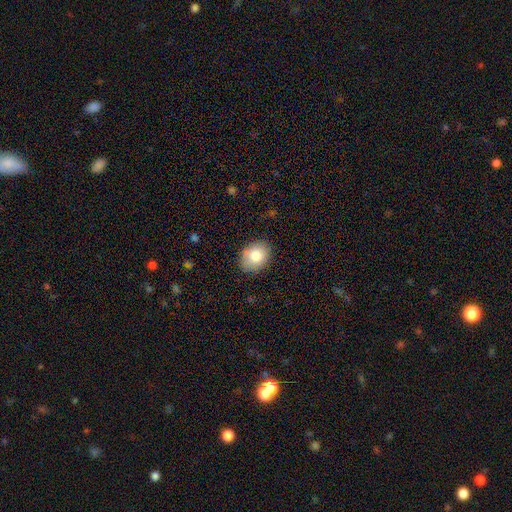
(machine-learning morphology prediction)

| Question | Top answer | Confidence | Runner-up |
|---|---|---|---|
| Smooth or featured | smooth | 82% | featured or disk (10%) |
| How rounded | in between | 61% | round (39%) |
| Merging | none | 86% | minor disturbance (11%) |